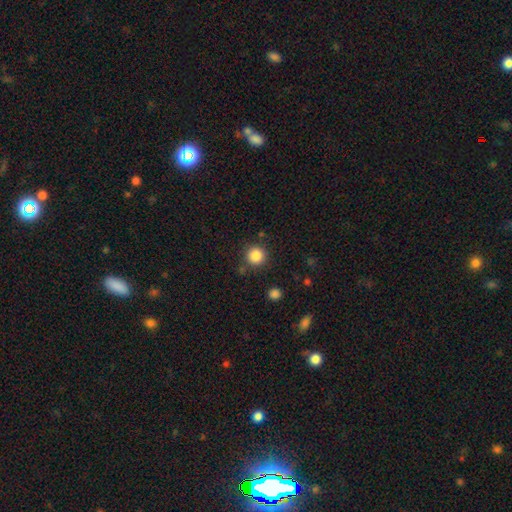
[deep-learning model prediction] Morphology: type=smooth (86%); roundness=round (94%); merging=none (85%).